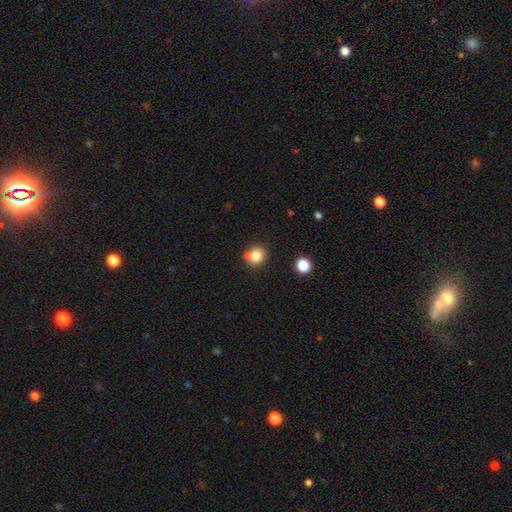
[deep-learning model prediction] Overall: smooth (82%). How rounded: round (80%). Merging: none (70%).